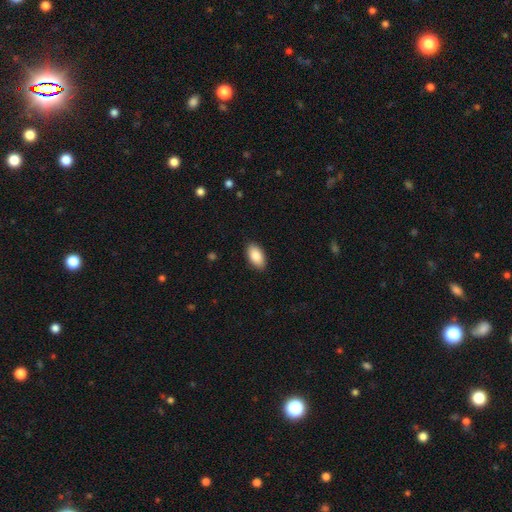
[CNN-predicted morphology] smooth 86%, featured or disk 8%, star or artifact 6%. Down the decision tree: how rounded — in between (94%); merging — none (89%).